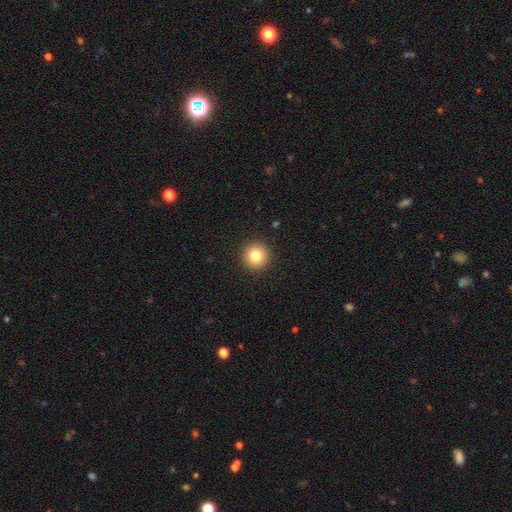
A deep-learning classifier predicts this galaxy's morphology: Q: Smooth or featured?
A: smooth (82%); runner-up: star or artifact (10%)
Q: How rounded?
A: round (93%); runner-up: in between (6%)
Q: Merging?
A: none (92%); runner-up: minor disturbance (5%)